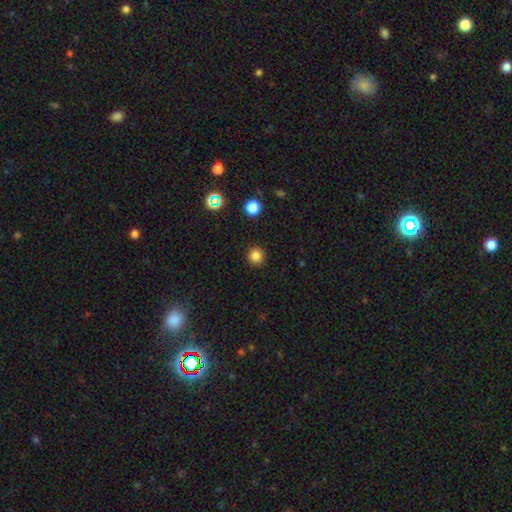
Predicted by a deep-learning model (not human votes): Morphology: type=smooth (83%); roundness=round (95%); merging=none (92%).